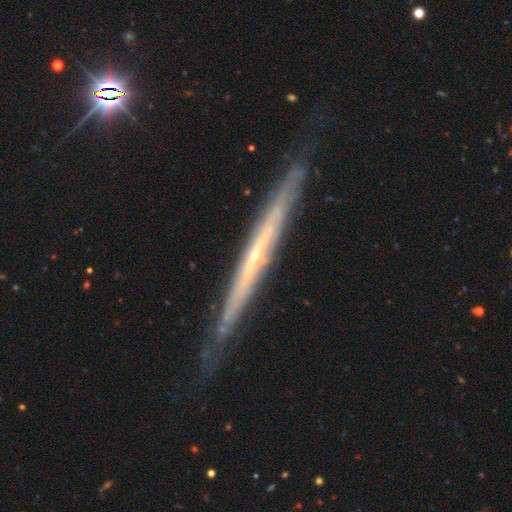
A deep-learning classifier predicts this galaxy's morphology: featured or disk 78%, smooth 15%, star or artifact 7%. Down the decision tree: edge-on disk — yes (93%); edge-on bulge — none (69%); merging — none (81%).